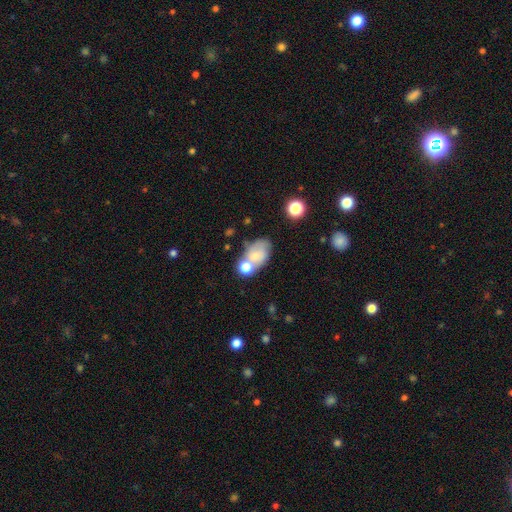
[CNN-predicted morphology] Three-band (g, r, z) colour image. It shows a smooth galaxy with no disk features (61%) that is in between round and cigar-shaped (78%). Merging: merger (38%).